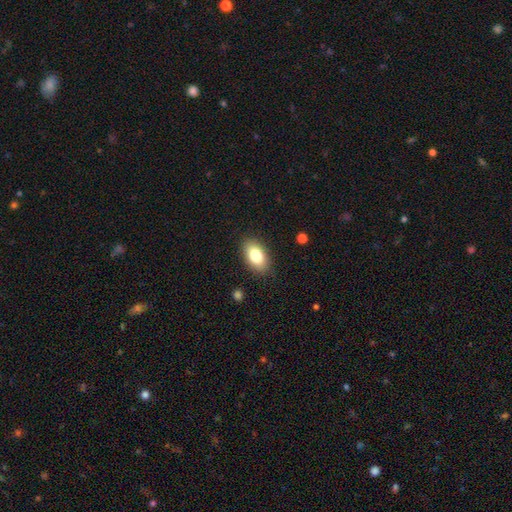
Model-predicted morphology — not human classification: smooth_or_featured: smooth (p=0.82) [alt: featured or disk p=0.11]
how_rounded: in between (p=0.93) [alt: round p=0.05]
merging: none (p=0.87) [alt: minor disturbance p=0.09]